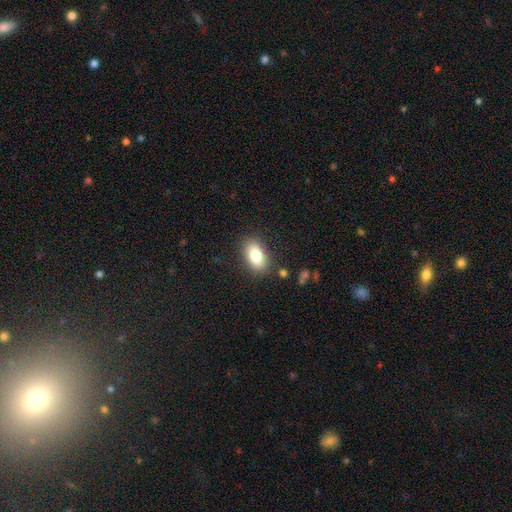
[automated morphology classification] smooth 81%, featured or disk 12%, star or artifact 8%. Down the decision tree: how rounded — in between (90%); merging — none (85%).